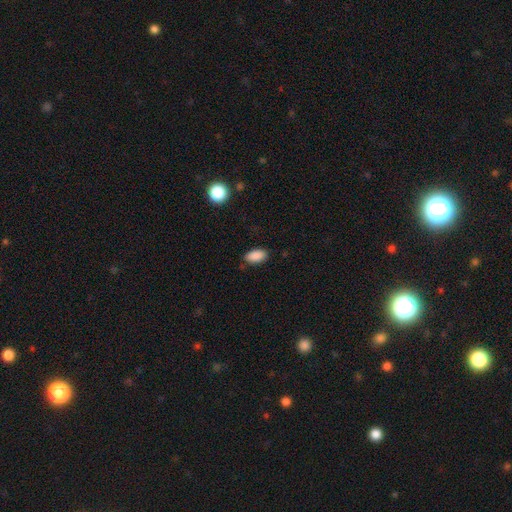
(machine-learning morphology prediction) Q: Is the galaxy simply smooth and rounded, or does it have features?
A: smooth — 89%.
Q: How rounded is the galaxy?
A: in between — 93%.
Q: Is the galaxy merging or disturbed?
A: none — 84%.